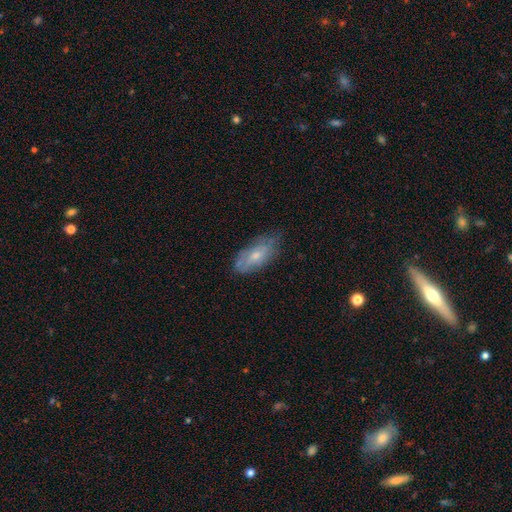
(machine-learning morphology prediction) type=smooth (55%); roundness=in between (86%); merging=none (64%).